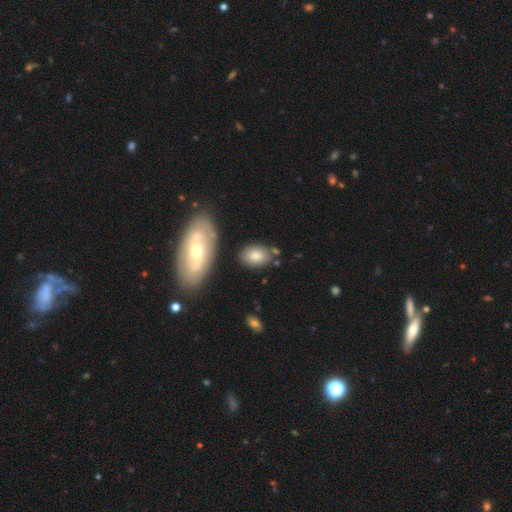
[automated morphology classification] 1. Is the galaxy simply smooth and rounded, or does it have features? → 80% smooth, 13% featured or disk, 7% star or artifact.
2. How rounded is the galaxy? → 85% in between, 13% round, 2% cigar-shaped.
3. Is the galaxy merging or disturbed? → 74% none, 15% minor disturbance, 7% merger, 4% major disturbance.